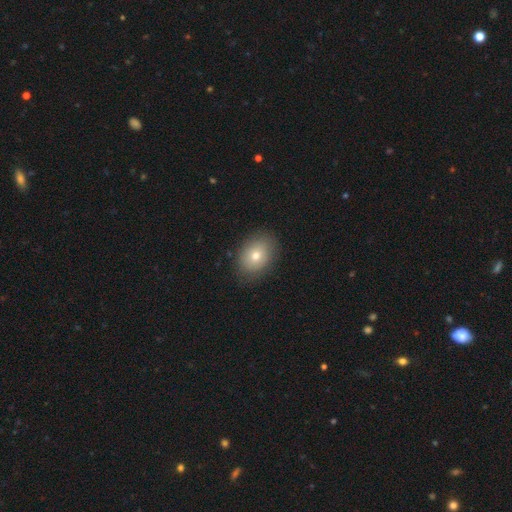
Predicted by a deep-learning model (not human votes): This is likely a smooth galaxy (74%). How rounded: likely in between (69%). Merging: clearly none (84%).